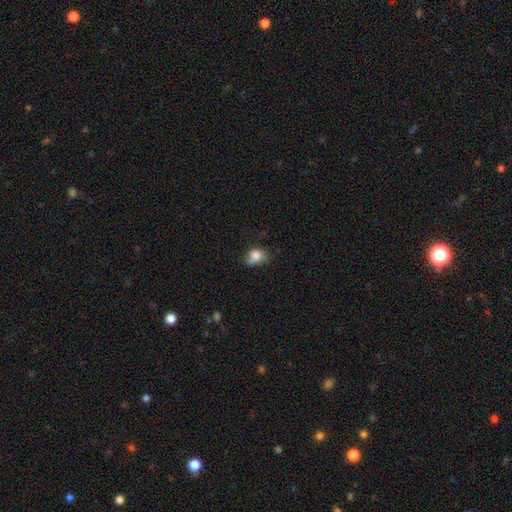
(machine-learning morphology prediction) Smooth or featured? smooth (77%)
How rounded? in between (53%)
Merging? none (41%)